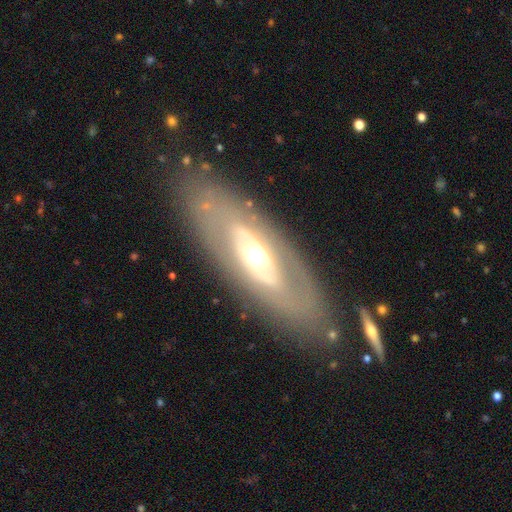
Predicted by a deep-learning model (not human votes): Overall: featured or disk (69%). Edge-on disk: no (81%). Bar: no (69%). Spiral arms: no (77%). Bulge size: moderate (66%). Merging: none (82%).